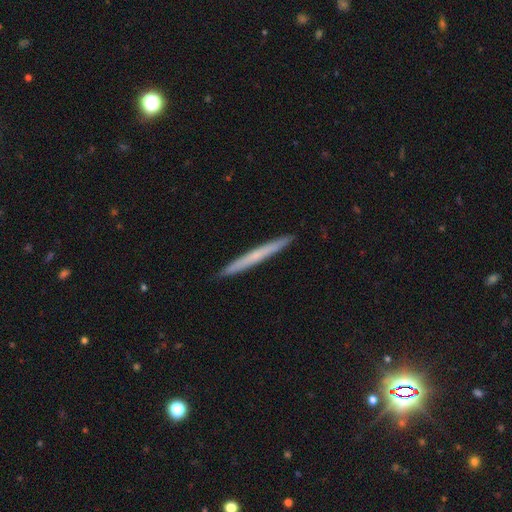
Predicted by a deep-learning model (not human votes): smooth 51%, featured or disk 42%, star or artifact 6%. Down the decision tree: how rounded — cigar-shaped (97%); merging — none (93%).